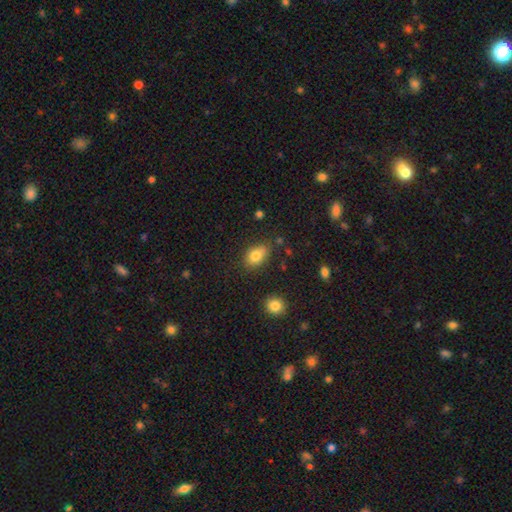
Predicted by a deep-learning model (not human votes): Smooth or featured?
  - smooth: 81% *
  - featured or disk: 10%
  - star or artifact: 9%
How rounded?
  - in between: 79% *
  - round: 19%
  - cigar-shaped: 2%
Merging?
  - none: 69% *
  - minor disturbance: 21%
  - merger: 5%
  - major disturbance: 5%